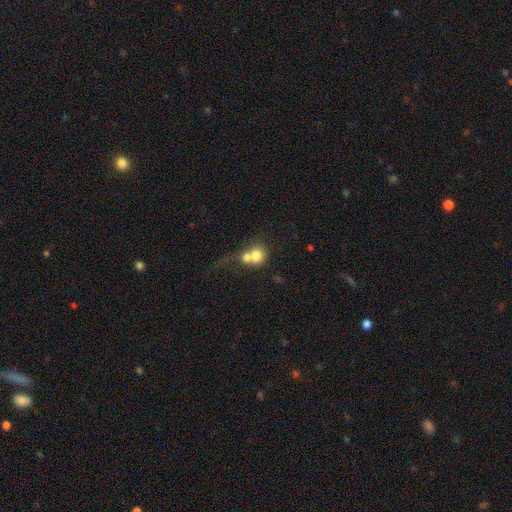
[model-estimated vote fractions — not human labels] This appears to be a smooth galaxy with no disk features (71%) that is round (75%). Merging: merger (69%).